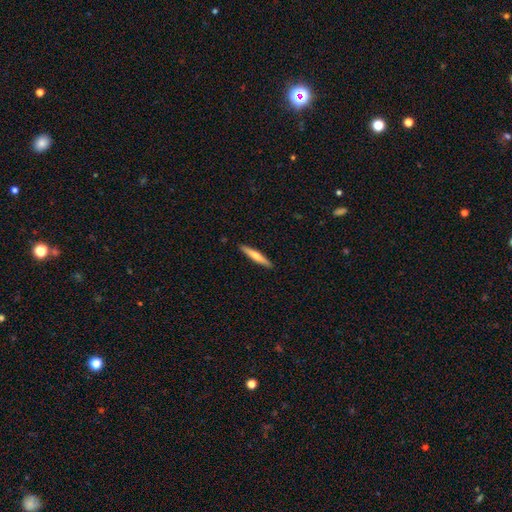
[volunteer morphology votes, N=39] Smooth or featured? smooth (67%)
How rounded? cigar-shaped (92%)
Merging? none (76%)